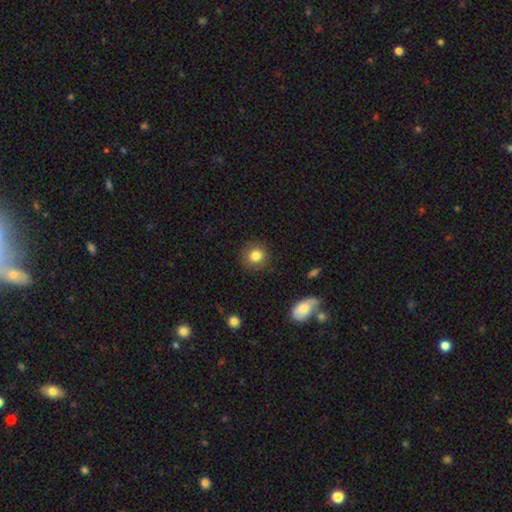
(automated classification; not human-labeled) Overall: smooth (83%). How rounded: round (88%). Merging: none (88%).